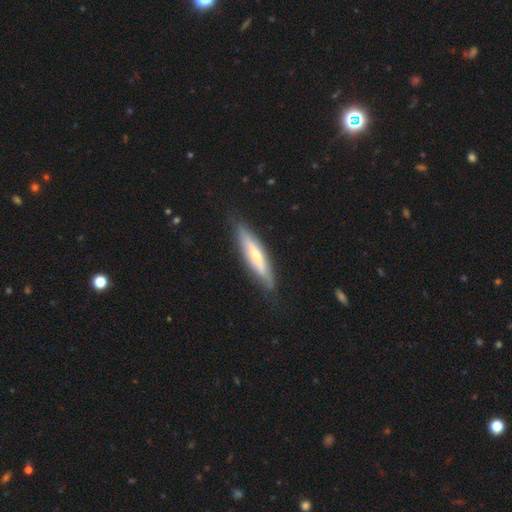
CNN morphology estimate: Smooth or featured? Predicted: featured or disk (p=0.56). Edge-on disk? Predicted: yes (p=0.84). Merging? Predicted: none (p=0.82).